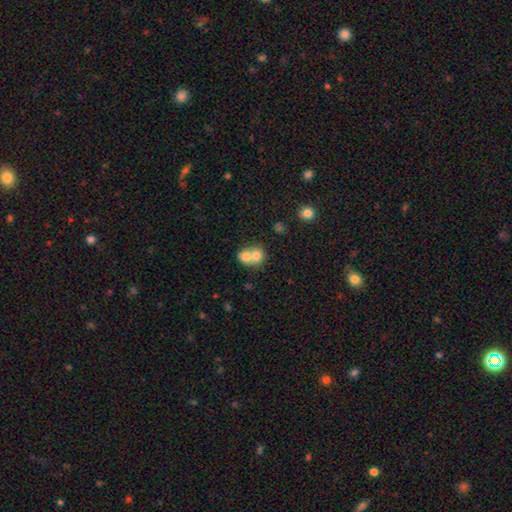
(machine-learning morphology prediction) The model was most divided on "how rounded": round: 65%, in between: 34%, cigar-shaped: 1%. More confident: merging — merger (72%); smooth or featured — smooth (71%).